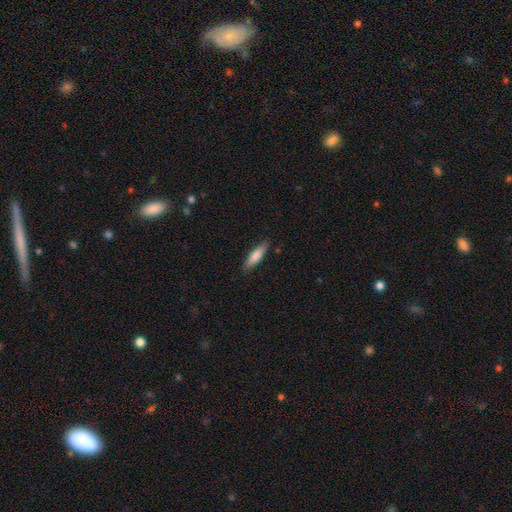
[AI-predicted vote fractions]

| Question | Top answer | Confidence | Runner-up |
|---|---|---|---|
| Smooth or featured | smooth | 79% | featured or disk (16%) |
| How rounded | cigar-shaped | 65% | in between (33%) |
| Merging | none | 86% | minor disturbance (11%) |